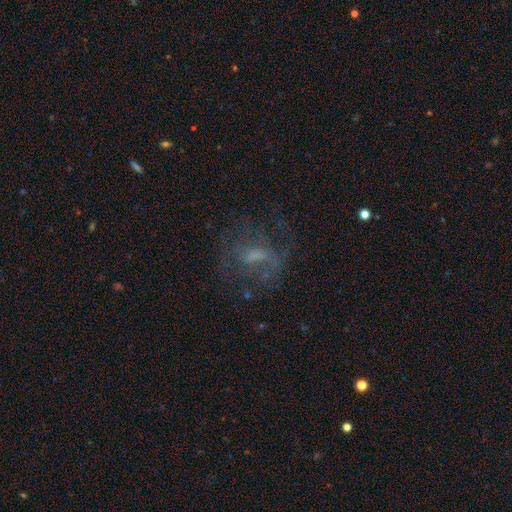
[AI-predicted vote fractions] Overall: featured or disk (52%; smooth 30%). Edge-on disk: no (92%). Merging: none (56%; major disturbance 24%).